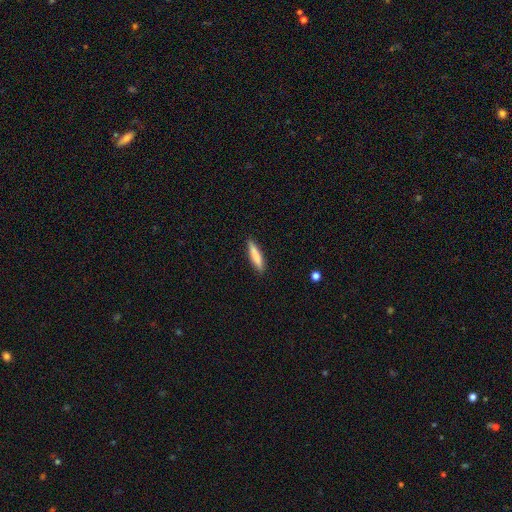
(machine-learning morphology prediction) A smooth galaxy with no disk features (82%) that is cigar-shaped (86%). Merging: none (90%).